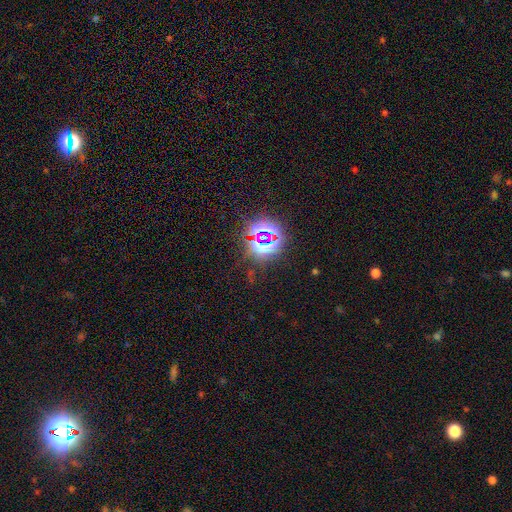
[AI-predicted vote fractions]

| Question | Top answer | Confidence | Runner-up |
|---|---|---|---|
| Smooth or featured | star or artifact | 79% | smooth (13%) |